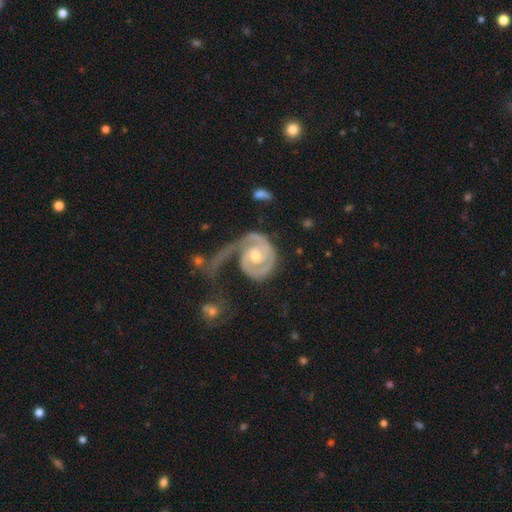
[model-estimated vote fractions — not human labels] Smooth or featured?
  - featured or disk: 90% *
  - smooth: 7%
  - star or artifact: 4%
Edge-on disk?
  - no: 98% *
  - yes: 2%
Bar?
  - no: 51% *
  - weak: 38%
  - strong: 11%
Spiral arms?
  - yes: 96% *
  - no: 4%
Spiral winding?
  - tight: 59% *
  - medium: 30%
  - loose: 11%
Spiral arm count?
  - 2: 48% *
  - 1: 33%
  - can't tell: 8%
  - 3: 6%
  - 4: 2%
  - more than 4: 2%
Bulge size?
  - moderate: 66% *
  - small: 28%
  - large: 4%
  - none: 1%
  - dominant: 1%
Merging?
  - major disturbance: 42% *
  - none: 33%
  - minor disturbance: 19%
  - merger: 7%